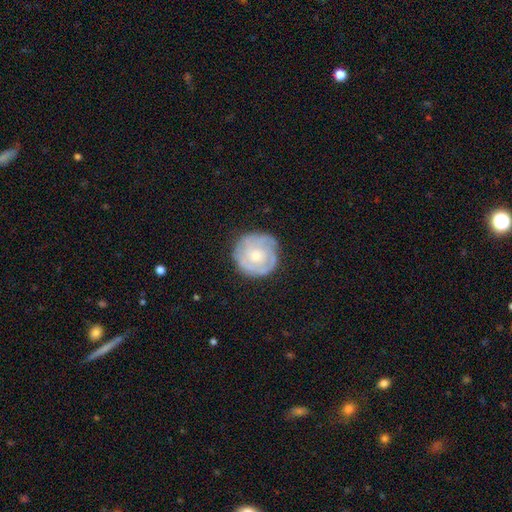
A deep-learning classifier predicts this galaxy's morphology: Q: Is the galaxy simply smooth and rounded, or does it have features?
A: featured or disk — 66%.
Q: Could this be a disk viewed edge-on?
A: no — 98%.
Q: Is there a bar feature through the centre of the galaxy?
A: no — 83%.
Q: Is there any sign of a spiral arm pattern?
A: yes — 77%.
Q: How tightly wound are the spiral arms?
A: tight — 72%.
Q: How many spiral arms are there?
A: can't tell — 46%.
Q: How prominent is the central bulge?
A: small — 59%.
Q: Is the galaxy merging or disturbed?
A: none — 77%.